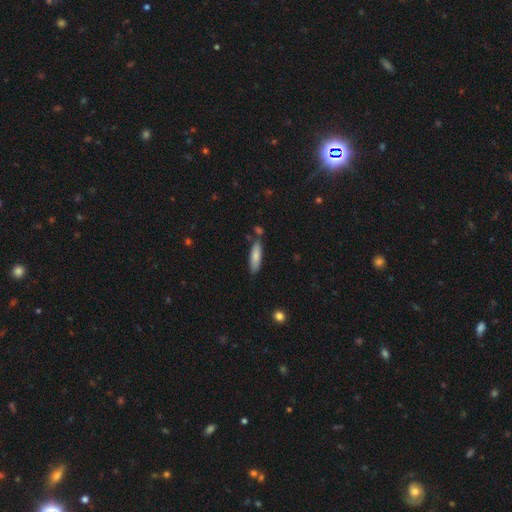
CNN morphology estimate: Smooth or featured: smooth — 78% (featured or disk — 16%)
How rounded: cigar-shaped — 65% (in between — 33%)
Merging: none — 77% (minor disturbance — 14%)